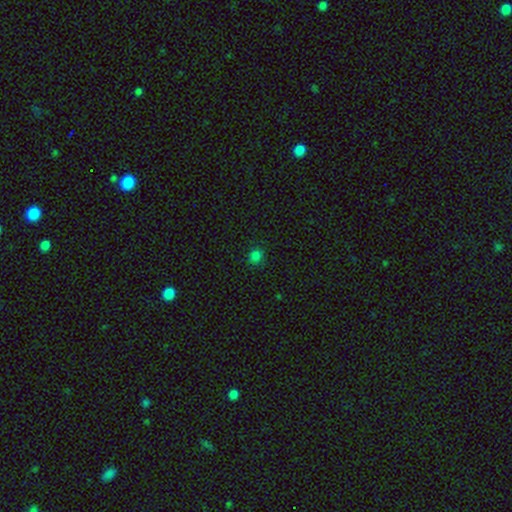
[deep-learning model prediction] Smooth or featured?
  - smooth: 78% *
  - star or artifact: 19%
  - featured or disk: 3%
How rounded?
  - round: 77% *
  - in between: 22%
  - cigar-shaped: 1%
Merging?
  - none: 87% *
  - minor disturbance: 9%
  - major disturbance: 2%
  - merger: 1%